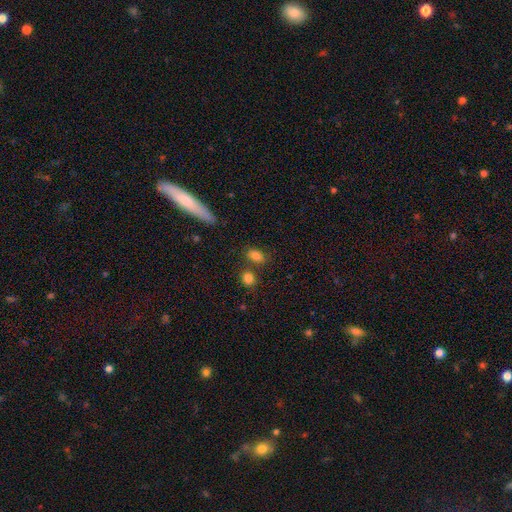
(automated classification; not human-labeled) Smooth or featured? smooth (81%)
How rounded? in between (77%)
Merging? none (68%)